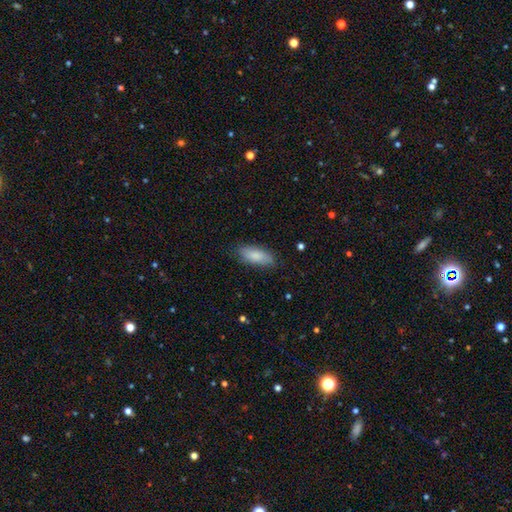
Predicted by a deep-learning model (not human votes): A smooth galaxy with no disk features (83%) that is in between round and cigar-shaped (81%).

Vote fractions:
- Smooth or featured? smooth: 83% / featured or disk: 11% / star or artifact: 6%
- How rounded? in between: 81% / cigar-shaped: 17% / round: 2%
- Merging? none: 80% / minor disturbance: 16% / major disturbance: 3% / merger: 1%